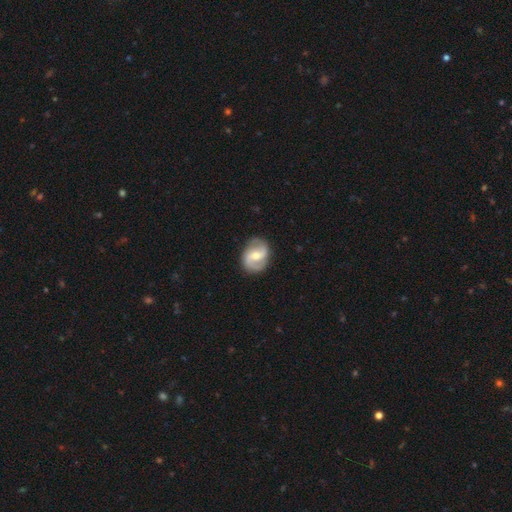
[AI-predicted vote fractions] Smooth or featured? Predicted: featured or disk (p=0.81). Edge-on disk? Predicted: no (p=0.98). Bar? Predicted: weak (p=0.50). Spiral arms? Predicted: yes (p=0.93). Spiral winding? Predicted: medium (p=0.49). Spiral arm count? Predicted: 2 (p=0.91). Bulge size? Predicted: moderate (p=0.62). Merging? Predicted: none (p=0.84).